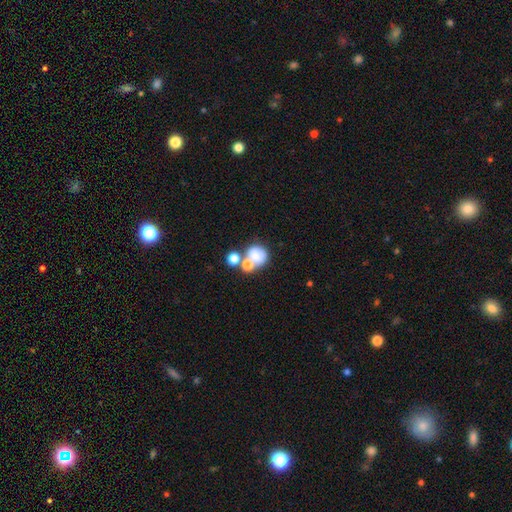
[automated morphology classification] Smooth or featured: smooth — 65% (featured or disk — 22%)
How rounded: round — 69% (in between — 30%)
Merging: merger — 51% (none — 31%)